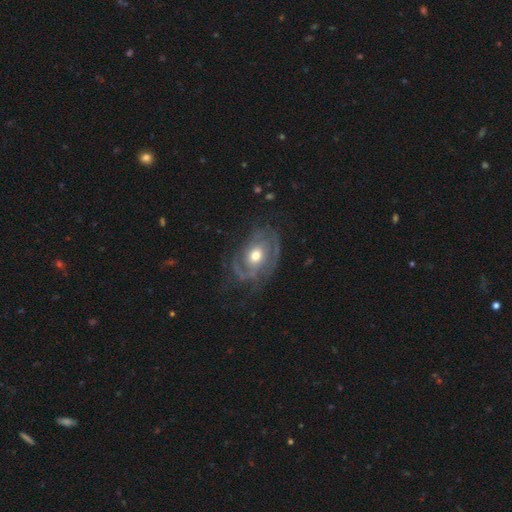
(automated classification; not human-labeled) smooth_or_featured: featured or disk (p=0.76) [alt: smooth p=0.18]
disk_edge_on: no (p=0.95) [alt: yes p=0.05]
bar: no (p=0.79) [alt: weak p=0.17]
has_spiral_arms: yes (p=0.78) [alt: no p=0.22]
spiral_winding: tight (p=0.53) [alt: medium p=0.32]
spiral_arm_count: can't tell (p=0.35) [alt: 2 p=0.34]
bulge_size: moderate (p=0.73) [alt: small p=0.14]
merging: none (p=0.58) [alt: minor disturbance p=0.23]